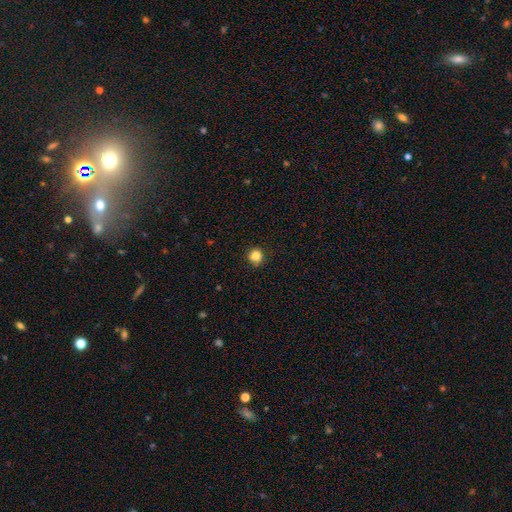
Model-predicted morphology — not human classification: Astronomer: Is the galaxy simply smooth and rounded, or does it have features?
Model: smooth — 84%.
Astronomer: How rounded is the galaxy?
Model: round — 93%.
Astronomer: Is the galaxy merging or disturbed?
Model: none — 87%.